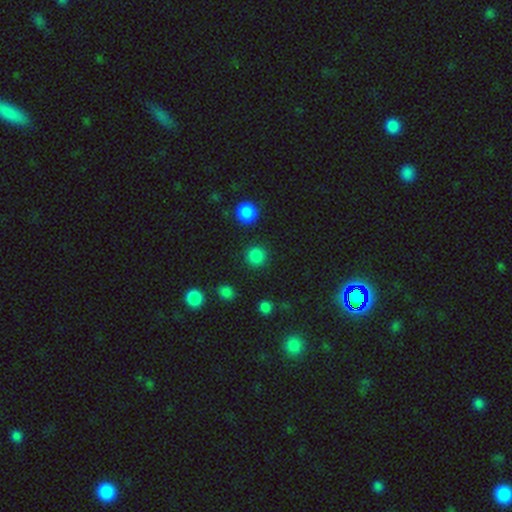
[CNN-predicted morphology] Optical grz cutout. It shows a smooth galaxy with no disk features (84%) that is round (93%). Merging: none (89%).